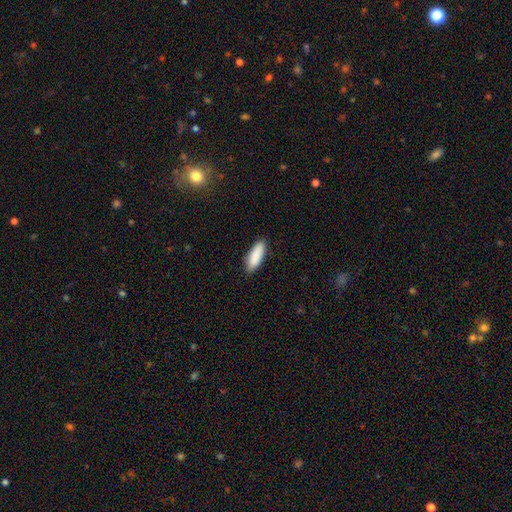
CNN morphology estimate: Smooth or featured? smooth (90%)
How rounded? in between (57%)
Merging? none (87%)